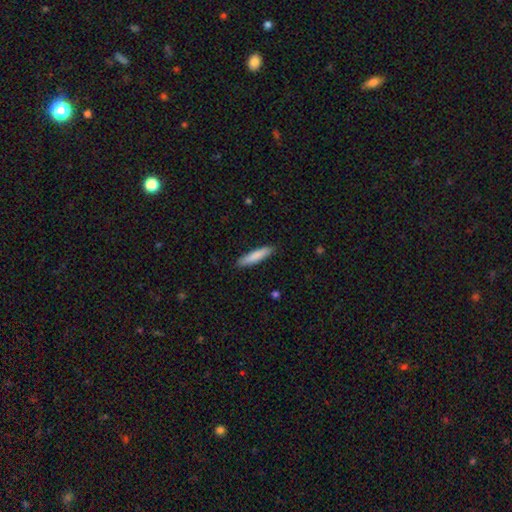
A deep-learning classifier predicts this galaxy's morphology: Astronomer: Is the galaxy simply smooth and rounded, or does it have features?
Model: smooth — 83%.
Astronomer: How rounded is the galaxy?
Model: cigar-shaped — 86%.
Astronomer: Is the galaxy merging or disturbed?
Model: none — 90%.